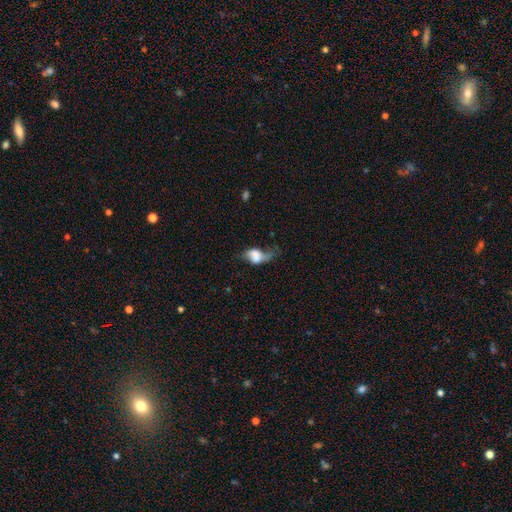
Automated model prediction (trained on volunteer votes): Smooth or featured?
  - smooth: 55% *
  - featured or disk: 35%
  - star or artifact: 10%
How rounded?
  - in between: 79% *
  - round: 18%
  - cigar-shaped: 3%
Merging?
  - major disturbance: 41% *
  - minor disturbance: 24%
  - none: 22%
  - merger: 13%